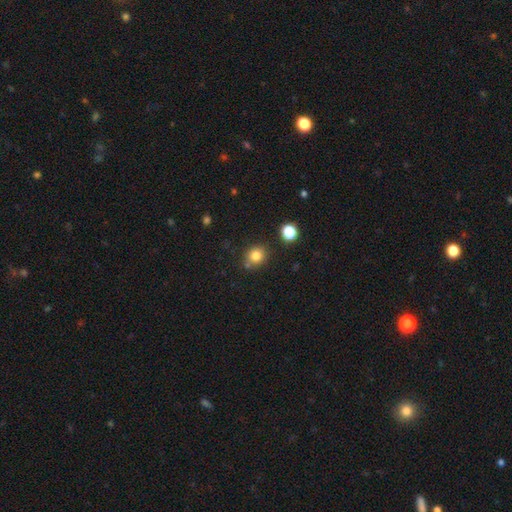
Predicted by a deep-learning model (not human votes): Smooth or featured: smooth — 81% (star or artifact — 12%)
How rounded: round — 81% (in between — 18%)
Merging: none — 77% (minor disturbance — 11%)